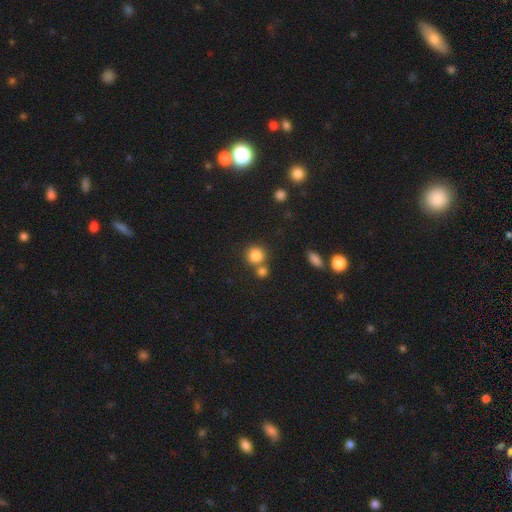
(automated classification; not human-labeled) smooth_or_featured: smooth (p=0.83) [alt: star or artifact p=0.11]
how_rounded: round (p=0.89) [alt: in between p=0.10]
merging: none (p=0.62) [alt: merger p=0.27]